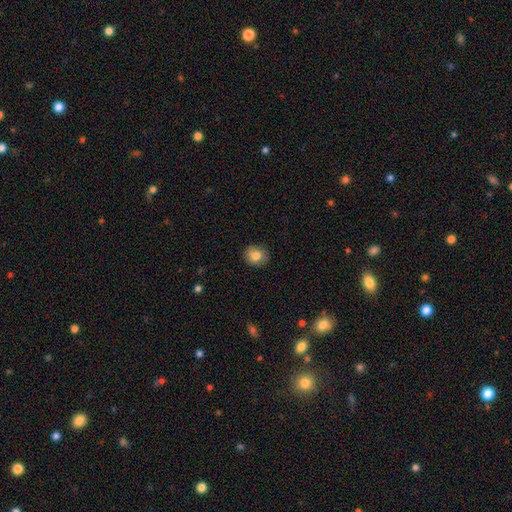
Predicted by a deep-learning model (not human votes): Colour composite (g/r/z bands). It shows a smooth galaxy with no disk features (83%) that is round (77%). Merging: none (88%).